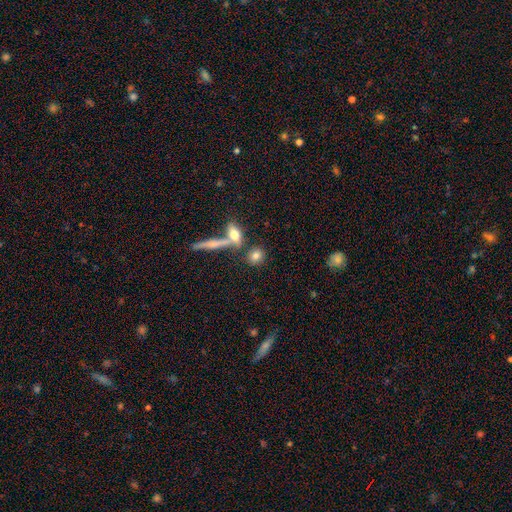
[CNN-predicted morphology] smooth-or-featured: smooth: 77% | featured or disk: 13% | star or artifact: 10%
  how-rounded: round: 59% | in between: 32% | cigar-shaped: 9%
  merging: none: 71% | merger: 17% | minor disturbance: 9% | major disturbance: 4%